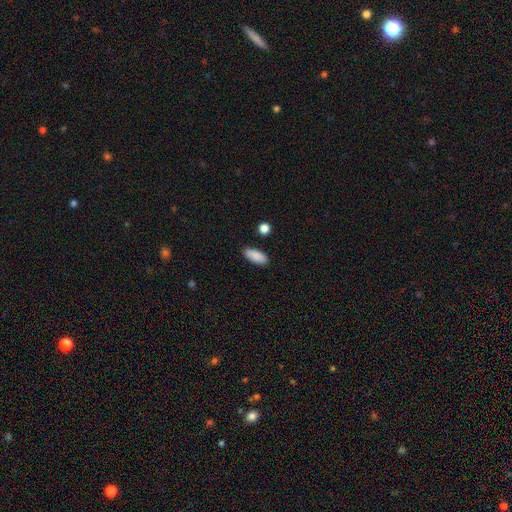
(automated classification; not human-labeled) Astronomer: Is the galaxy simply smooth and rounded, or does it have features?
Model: smooth — 89%.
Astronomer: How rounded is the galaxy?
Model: in between — 82%.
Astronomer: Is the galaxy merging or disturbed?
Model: none — 87%.